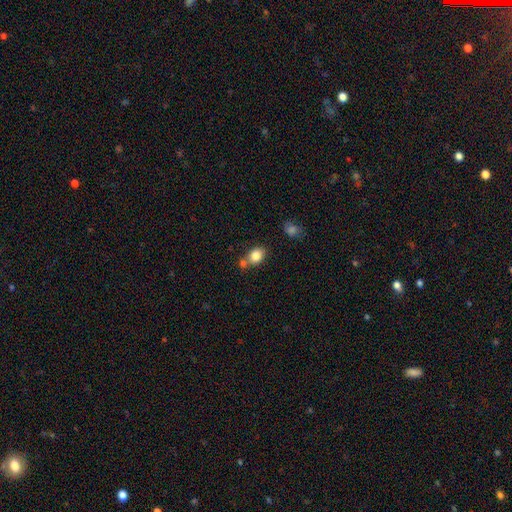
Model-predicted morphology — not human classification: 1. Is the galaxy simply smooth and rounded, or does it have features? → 82% smooth, 9% star or artifact, 9% featured or disk.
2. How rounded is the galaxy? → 62% in between, 37% round, 1% cigar-shaped.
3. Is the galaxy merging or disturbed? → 59% none, 24% merger, 14% minor disturbance, 4% major disturbance.